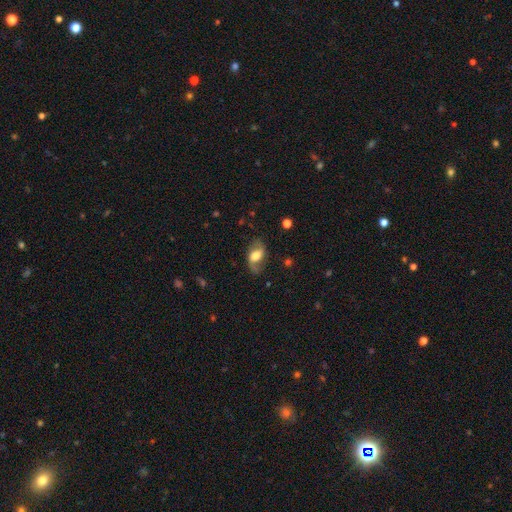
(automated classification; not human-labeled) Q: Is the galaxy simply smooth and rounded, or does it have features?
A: featured or disk — 61%.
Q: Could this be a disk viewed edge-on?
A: no — 94%.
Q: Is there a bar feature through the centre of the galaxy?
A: weak — 42%.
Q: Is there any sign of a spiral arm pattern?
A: yes — 87%.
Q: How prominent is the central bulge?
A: large — 42%.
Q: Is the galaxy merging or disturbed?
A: none — 67%.